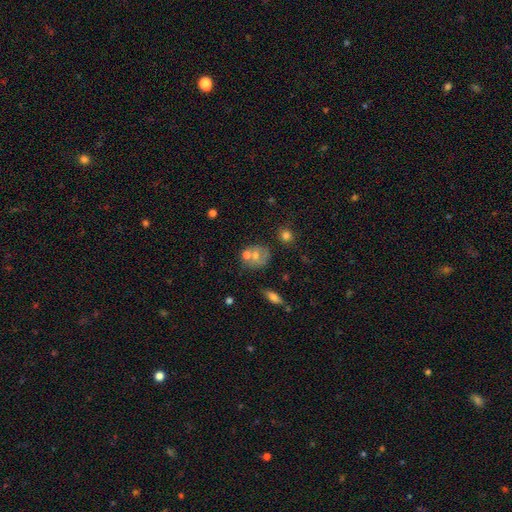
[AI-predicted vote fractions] The model was most divided on "merging": none: 47%, merger: 33%, minor disturbance: 14%, major disturbance: 6%. More confident: how rounded — round (66%); smooth or featured — smooth (53%).